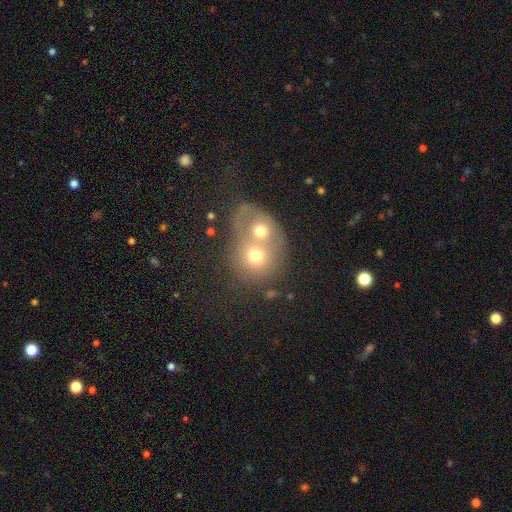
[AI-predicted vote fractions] Morphology: type=smooth (60%); roundness=round (73%); merging=merger (70%).